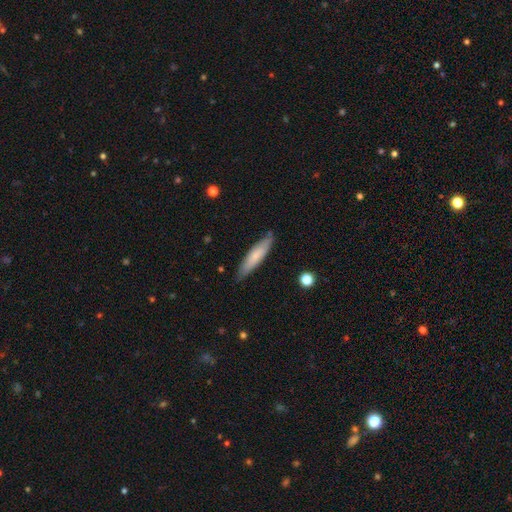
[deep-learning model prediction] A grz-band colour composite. It shows a smooth galaxy with no disk features (70%) that is cigar-shaped (80%). Merging: none (84%).